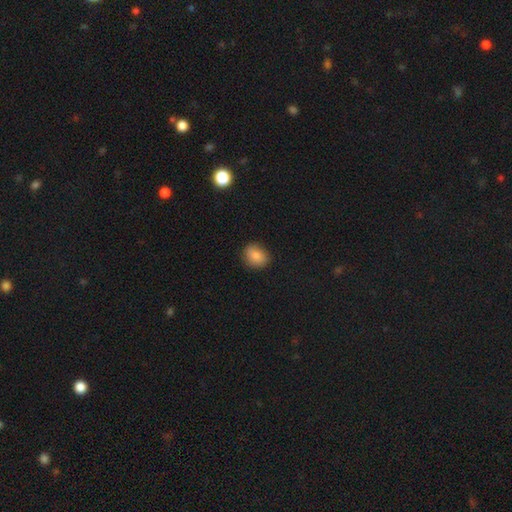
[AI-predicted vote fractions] Smooth or featured?
  - smooth: 84% *
  - star or artifact: 9%
  - featured or disk: 7%
How rounded?
  - round: 56% *
  - in between: 43%
  - cigar-shaped: 1%
Merging?
  - none: 84% *
  - minor disturbance: 12%
  - major disturbance: 3%
  - merger: 1%